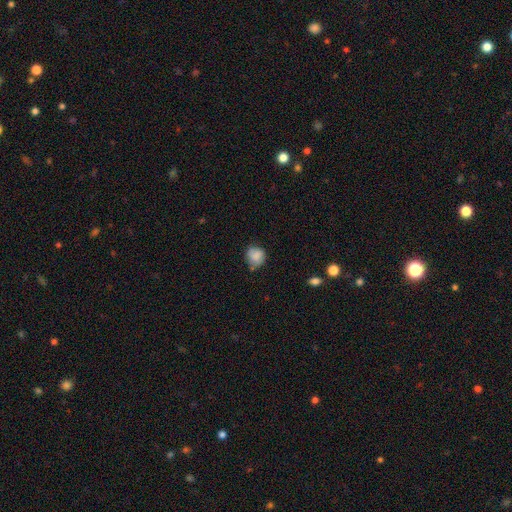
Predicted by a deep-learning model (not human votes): This is clearly a smooth galaxy (81%). How rounded: likely round (78%). Merging: likely none (60%).